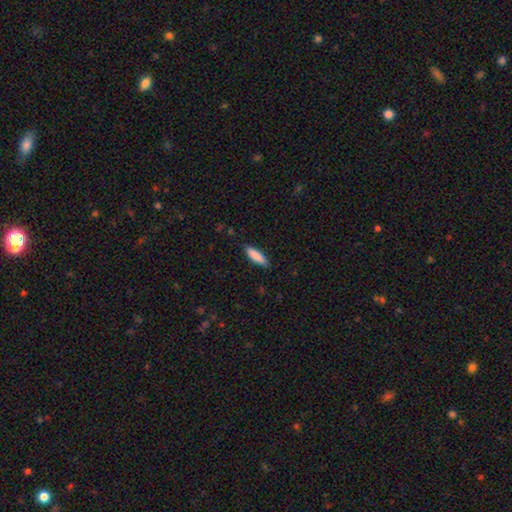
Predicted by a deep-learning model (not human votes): smooth_or_featured: smooth (p=0.87) [alt: featured or disk p=0.07]
how_rounded: cigar-shaped (p=0.60) [alt: in between p=0.39]
merging: none (p=0.87) [alt: minor disturbance p=0.10]